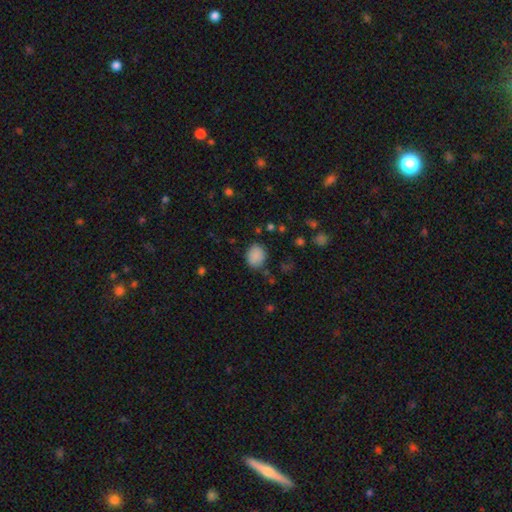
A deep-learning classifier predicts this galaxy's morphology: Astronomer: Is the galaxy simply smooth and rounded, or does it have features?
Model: smooth — 87%.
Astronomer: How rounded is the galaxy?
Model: round — 61% (runner-up: in between, 38%).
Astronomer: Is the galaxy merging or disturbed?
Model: none — 82%.